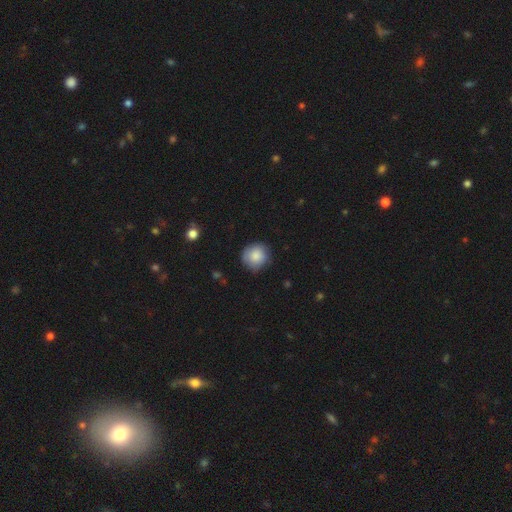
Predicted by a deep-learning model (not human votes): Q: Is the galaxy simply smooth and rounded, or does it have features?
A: smooth — 84%.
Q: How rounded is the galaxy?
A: round — 91%.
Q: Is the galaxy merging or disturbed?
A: none — 81%.